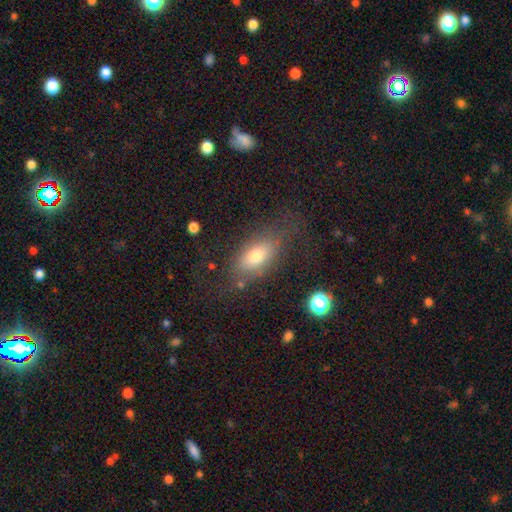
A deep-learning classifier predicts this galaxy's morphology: This appears to be a smooth galaxy with no disk features (67%) that is in between round and cigar-shaped (83%). Merging: none (65%).